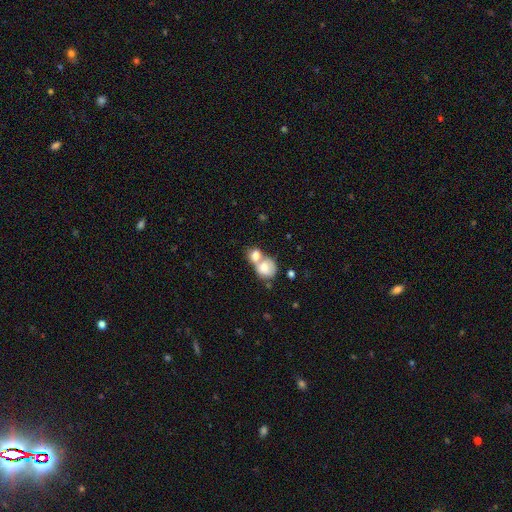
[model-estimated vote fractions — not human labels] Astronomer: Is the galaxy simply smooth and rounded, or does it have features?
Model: smooth — 75%.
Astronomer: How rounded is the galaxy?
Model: round — 59% (runner-up: in between, 39%).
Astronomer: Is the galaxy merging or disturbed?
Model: merger — 73%.